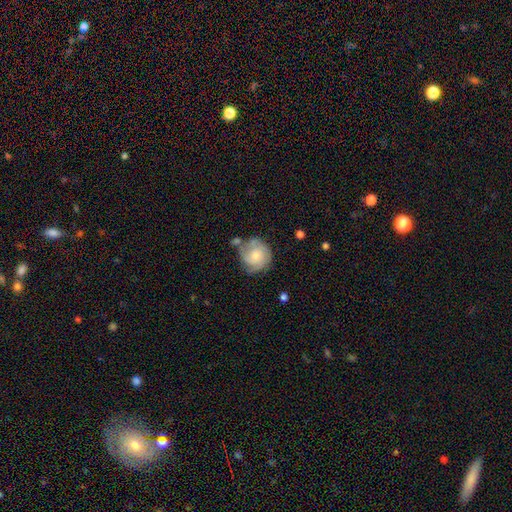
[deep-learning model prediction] Overall: featured or disk (57%; smooth 36%). Edge-on disk: no (98%). Bar: no (78%). Spiral arms: yes (82%). Bulge size: moderate (54%; small 33%). Merging: none (54%; minor disturbance 25%).